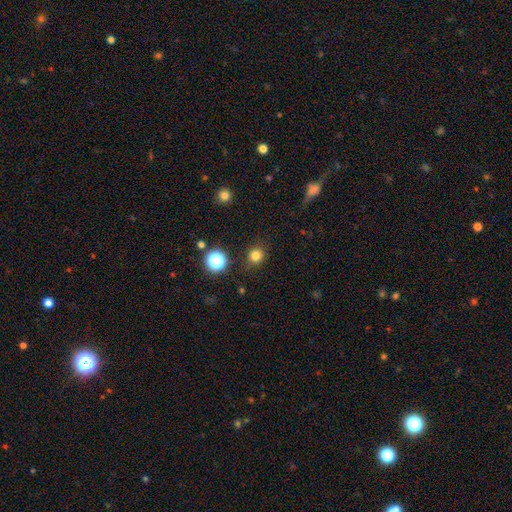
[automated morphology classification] smooth-or-featured: smooth: 80% | star or artifact: 16% | featured or disk: 5%
  how-rounded: round: 86% | in between: 13% | cigar-shaped: 1%
  merging: none: 86% | minor disturbance: 9% | major disturbance: 3% | merger: 2%